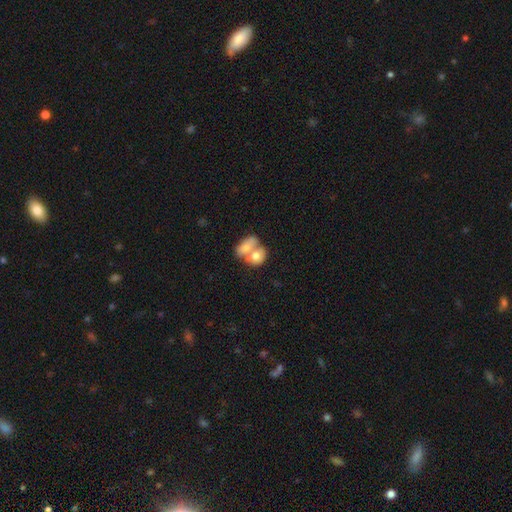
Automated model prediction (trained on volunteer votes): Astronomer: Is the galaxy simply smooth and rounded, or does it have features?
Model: smooth — 69%.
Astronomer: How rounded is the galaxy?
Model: in between — 55% (runner-up: round, 44%).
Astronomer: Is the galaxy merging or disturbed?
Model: merger — 75%.